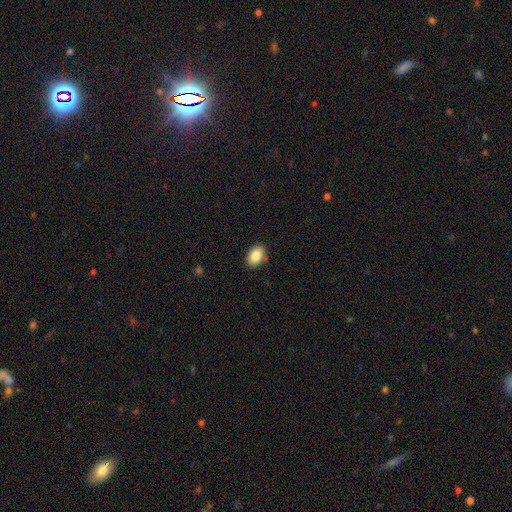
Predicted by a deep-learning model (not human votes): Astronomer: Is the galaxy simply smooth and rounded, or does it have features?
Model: smooth — 85%.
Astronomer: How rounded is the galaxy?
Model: in between — 85%.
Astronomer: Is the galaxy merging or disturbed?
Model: none — 85%.